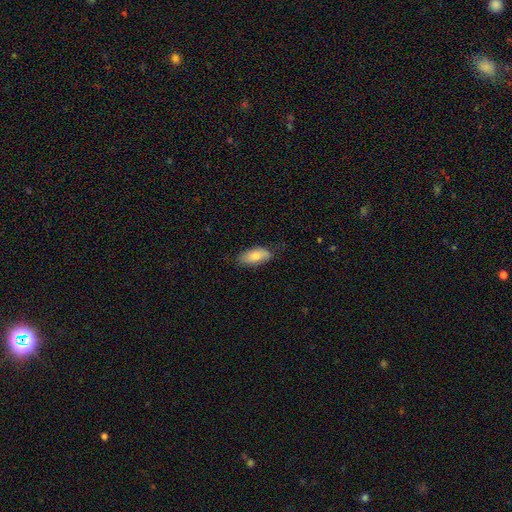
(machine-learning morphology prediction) Smooth or featured?
  - smooth: 80% *
  - featured or disk: 13%
  - star or artifact: 6%
How rounded?
  - in between: 87% *
  - cigar-shaped: 11%
  - round: 2%
Merging?
  - none: 73% *
  - minor disturbance: 22%
  - major disturbance: 4%
  - merger: 1%